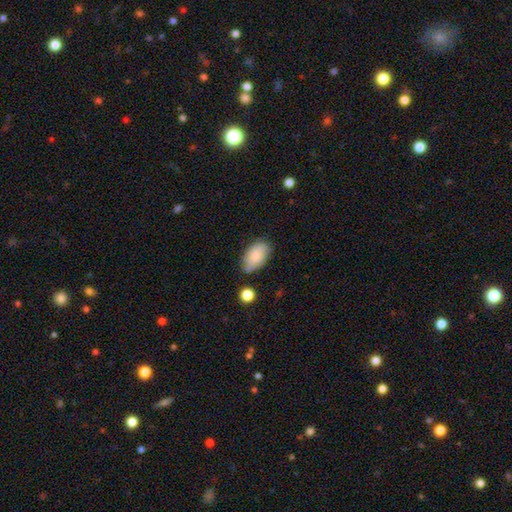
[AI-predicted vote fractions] smooth-or-featured: smooth: 78% | featured or disk: 15% | star or artifact: 7%
  how-rounded: in between: 93% | round: 5% | cigar-shaped: 2%
  merging: none: 70% | minor disturbance: 21% | merger: 5% | major disturbance: 4%